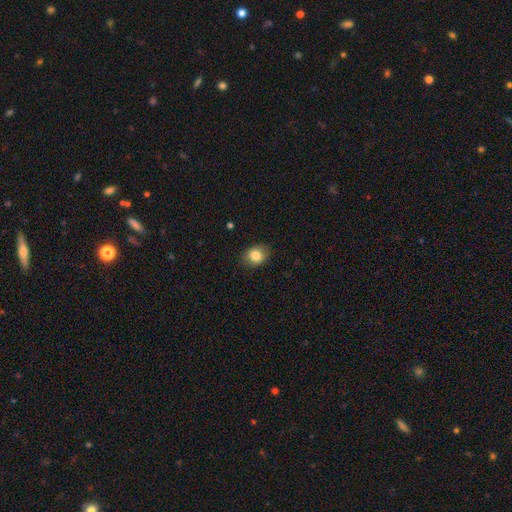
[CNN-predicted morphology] This appears to be a smooth galaxy with no disk features (83%) that is round (54%). Merging: none (86%).